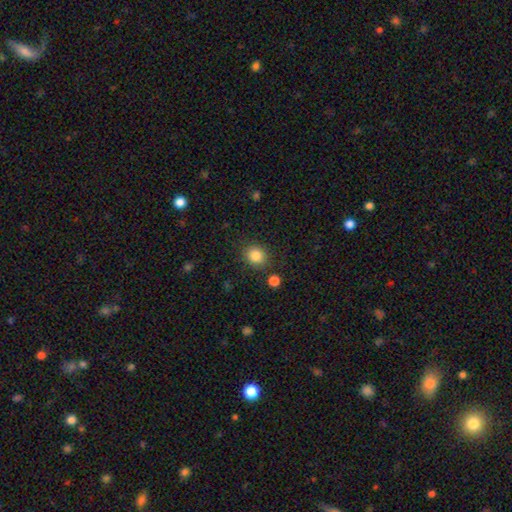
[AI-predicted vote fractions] A smooth galaxy with no disk features (85%) that is round (75%). Merging: none (84%).